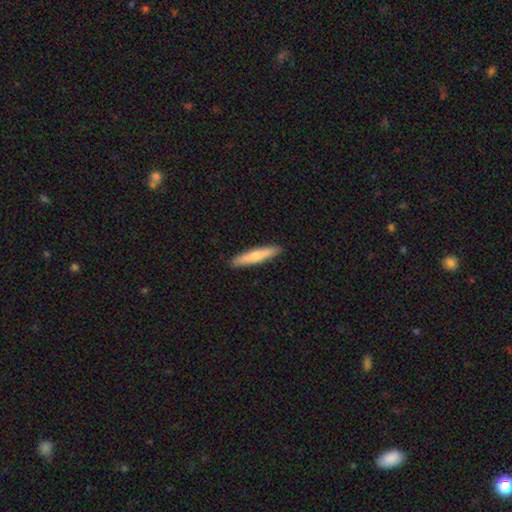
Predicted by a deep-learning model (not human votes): Q: Smooth or featured?
A: smooth (60%); runner-up: featured or disk (35%)
Q: How rounded?
A: cigar-shaped (91%); runner-up: in between (8%)
Q: Merging?
A: none (91%); runner-up: minor disturbance (6%)